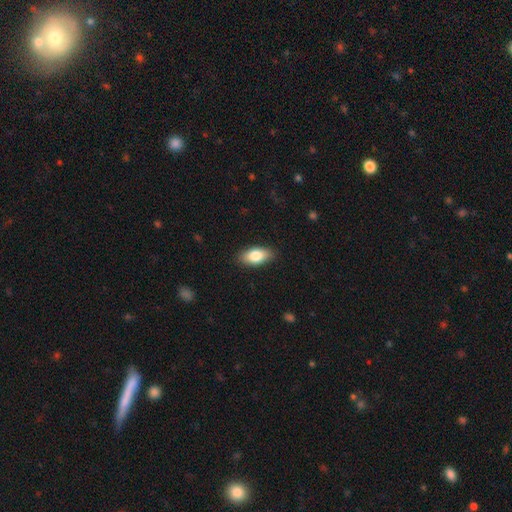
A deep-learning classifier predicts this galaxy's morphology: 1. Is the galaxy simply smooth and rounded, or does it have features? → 81% smooth, 12% featured or disk, 6% star or artifact.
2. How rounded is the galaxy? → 88% in between, 8% cigar-shaped, 4% round.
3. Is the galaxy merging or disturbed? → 87% none, 10% minor disturbance, 2% major disturbance, 1% merger.